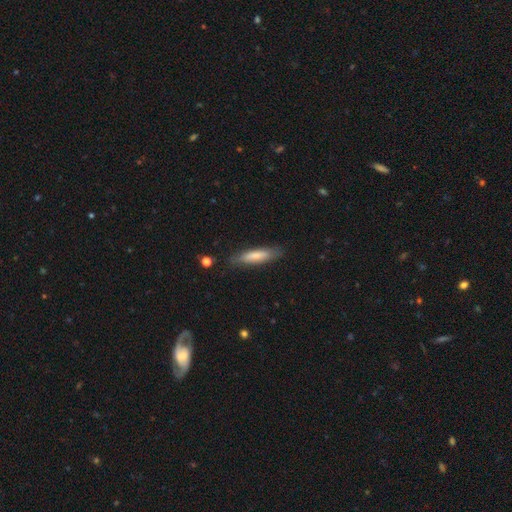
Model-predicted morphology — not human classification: Smooth or featured: smooth — 73% (featured or disk — 21%)
How rounded: cigar-shaped — 78% (in between — 20%)
Merging: none — 82% (minor disturbance — 14%)